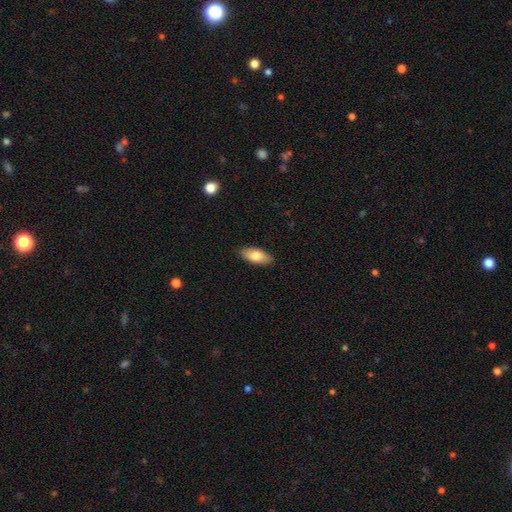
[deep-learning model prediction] smooth_or_featured: smooth (p=0.80) [alt: featured or disk p=0.14]
how_rounded: in between (p=0.86) [alt: cigar-shaped p=0.11]
merging: none (p=0.88) [alt: minor disturbance p=0.09]